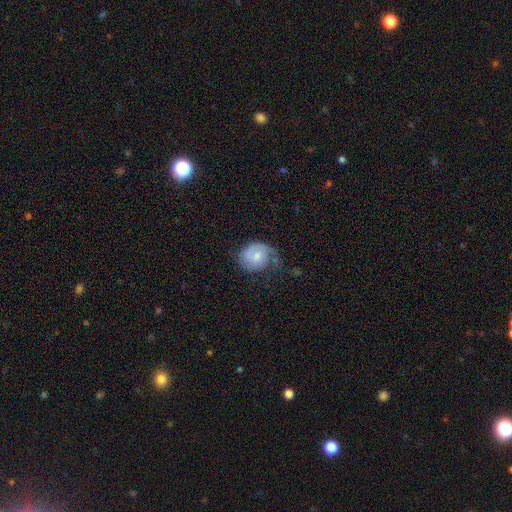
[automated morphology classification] Overall: featured or disk (56%; smooth 38%). Edge-on disk: no (98%). Bar: no (64%; weak 32%). Spiral arms: yes (85%). Bulge size: moderate (54%; small 32%). Merging: none (49%; minor disturbance 28%).